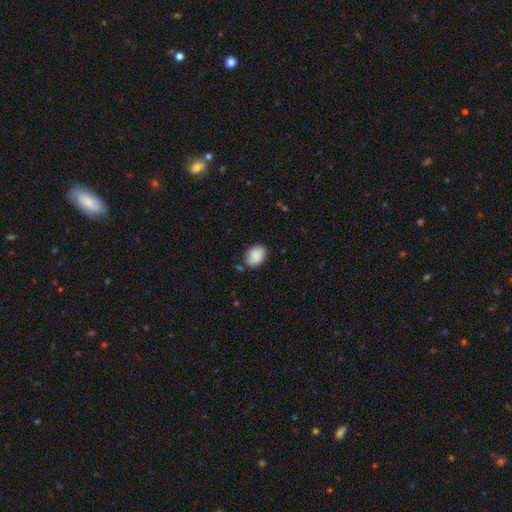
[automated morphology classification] Smooth or featured? Predicted: smooth (p=0.88). How rounded? Predicted: in between (p=0.81). Merging? Predicted: none (p=0.75).